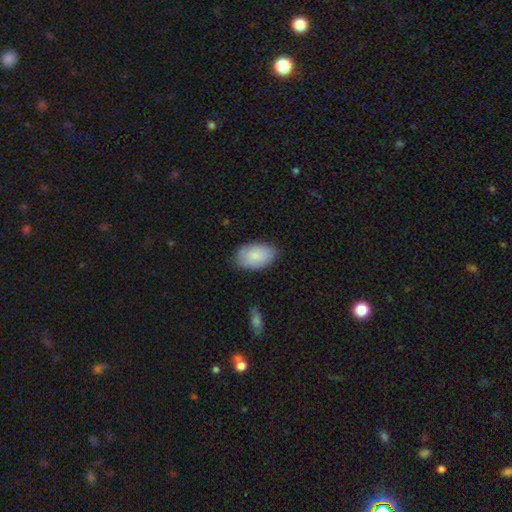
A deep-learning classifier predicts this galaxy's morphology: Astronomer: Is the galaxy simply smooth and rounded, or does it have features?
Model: smooth — 86%.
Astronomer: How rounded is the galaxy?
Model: in between — 93%.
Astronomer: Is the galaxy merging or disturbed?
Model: none — 80%.